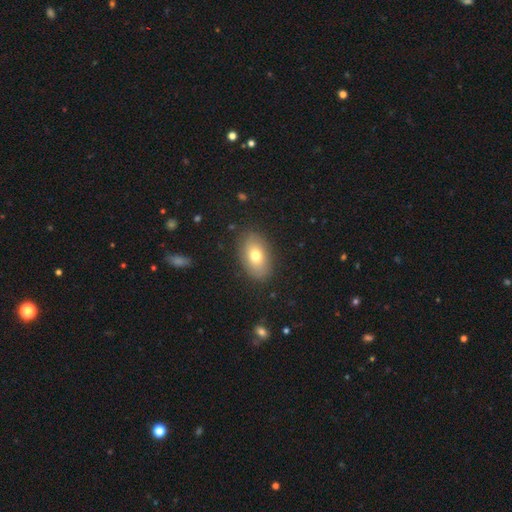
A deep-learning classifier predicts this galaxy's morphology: Smooth or featured? Predicted: smooth (p=0.71). How rounded? Predicted: in between (p=0.88). Merging? Predicted: none (p=0.86).